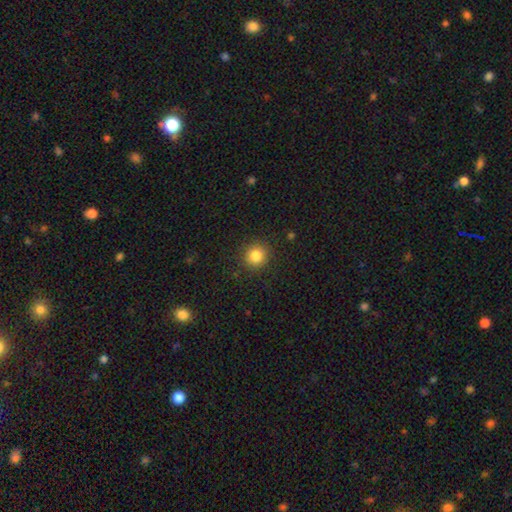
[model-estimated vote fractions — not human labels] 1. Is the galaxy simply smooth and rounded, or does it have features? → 83% smooth, 11% star or artifact, 5% featured or disk.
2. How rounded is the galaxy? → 91% round, 8% in between, 1% cigar-shaped.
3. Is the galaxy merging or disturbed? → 89% none, 7% minor disturbance, 2% major disturbance, 1% merger.